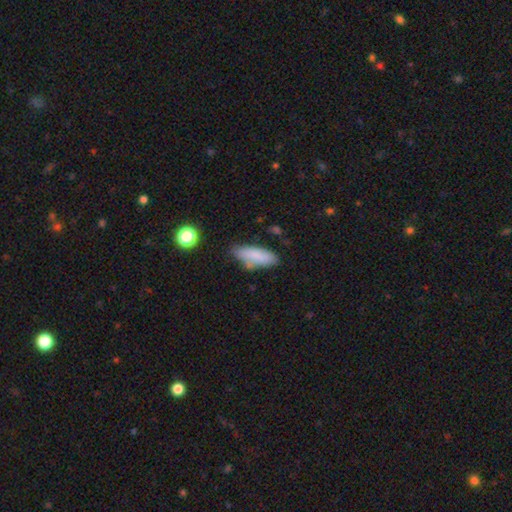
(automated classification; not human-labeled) Smooth or featured? Predicted: smooth (p=0.82). How rounded? Predicted: in between (p=0.63). Merging? Predicted: none (p=0.67).